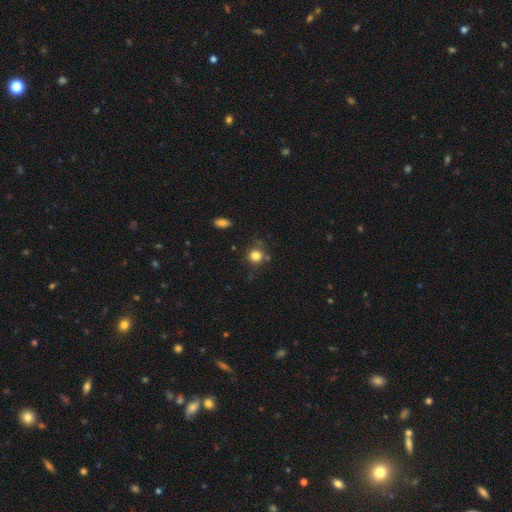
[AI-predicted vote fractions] A smooth galaxy with no disk features (81%) that is round (88%).

Vote fractions:
- Smooth or featured? smooth: 81% / star or artifact: 13% / featured or disk: 6%
- How rounded? round: 88% / in between: 11% / cigar-shaped: 1%
- Merging? none: 75% / minor disturbance: 15% / merger: 6% / major disturbance: 4%